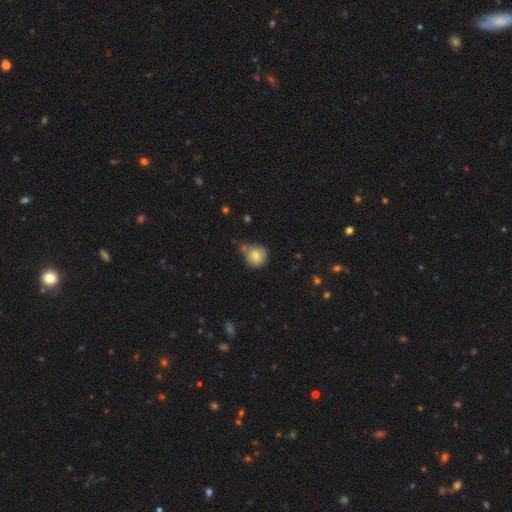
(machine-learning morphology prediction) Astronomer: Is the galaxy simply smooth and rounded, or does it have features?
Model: smooth — 77%.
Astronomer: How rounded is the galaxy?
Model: round — 88%.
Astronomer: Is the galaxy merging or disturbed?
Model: none — 57%.